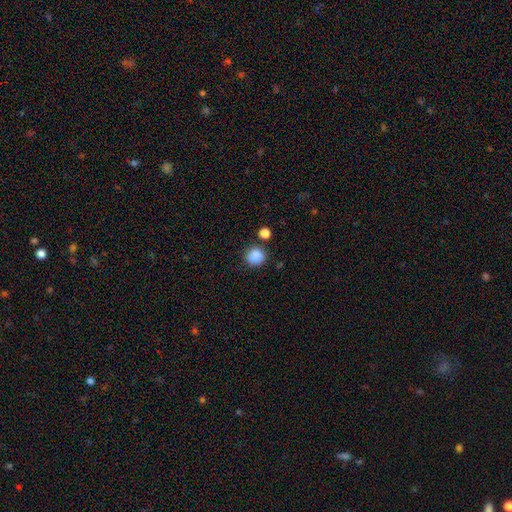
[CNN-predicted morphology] Smooth or featured?
  - smooth: 86% *
  - star or artifact: 10%
  - featured or disk: 4%
How rounded?
  - round: 88% *
  - in between: 11%
  - cigar-shaped: 1%
Merging?
  - none: 76% *
  - minor disturbance: 13%
  - merger: 7%
  - major disturbance: 4%